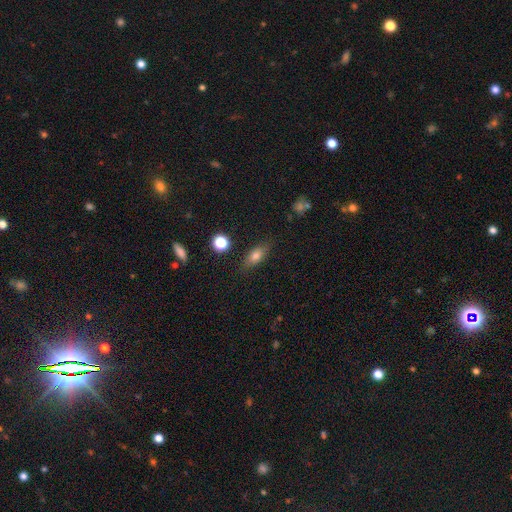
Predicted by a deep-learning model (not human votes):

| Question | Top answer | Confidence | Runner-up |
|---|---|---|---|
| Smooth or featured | smooth | 73% | featured or disk (17%) |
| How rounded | in between | 72% | cigar-shaped (20%) |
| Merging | none | 81% | minor disturbance (13%) |